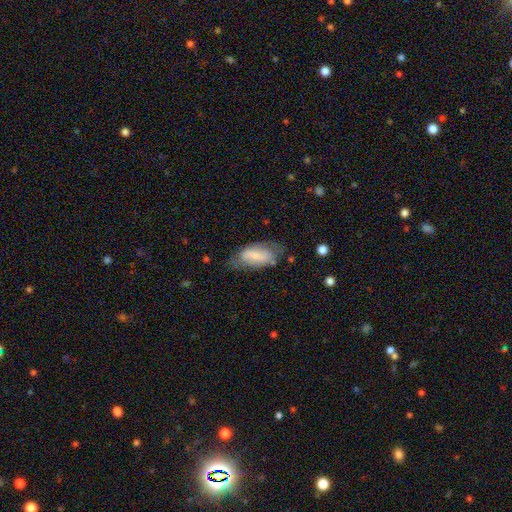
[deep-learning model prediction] A smooth galaxy with no disk features (63%) that is in between round and cigar-shaped (88%). Merging: none (55%).